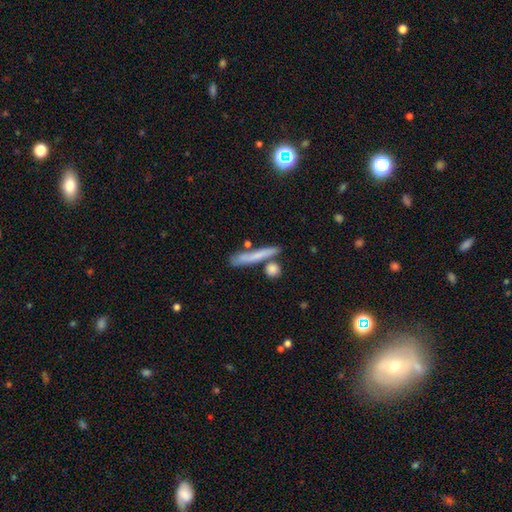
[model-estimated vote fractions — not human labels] Smooth or featured? smooth (66%)
How rounded? cigar-shaped (87%)
Merging? none (67%)